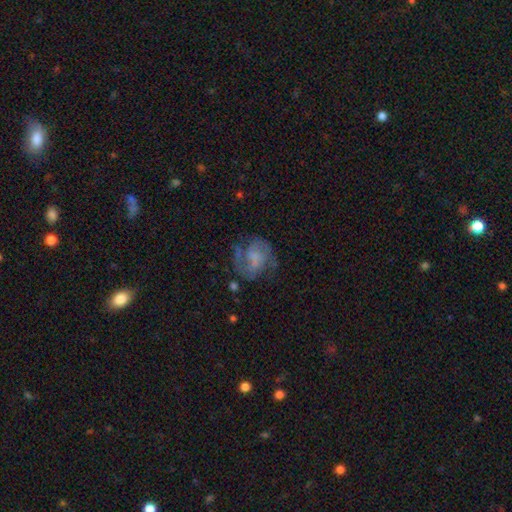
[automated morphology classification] Q: Smooth or featured?
A: featured or disk (64%); runner-up: smooth (26%)
Q: Edge-on disk?
A: no (98%); runner-up: yes (2%)
Q: Bar?
A: no (54%); runner-up: weak (37%)
Q: Spiral arms?
A: yes (80%); runner-up: no (20%)
Q: Spiral winding?
A: medium (48%); runner-up: loose (27%)
Q: Spiral arm count?
A: 2 (69%); runner-up: can't tell (16%)
Q: Bulge size?
A: none (48%); runner-up: small (24%)
Q: Merging?
A: none (54%); runner-up: major disturbance (22%)